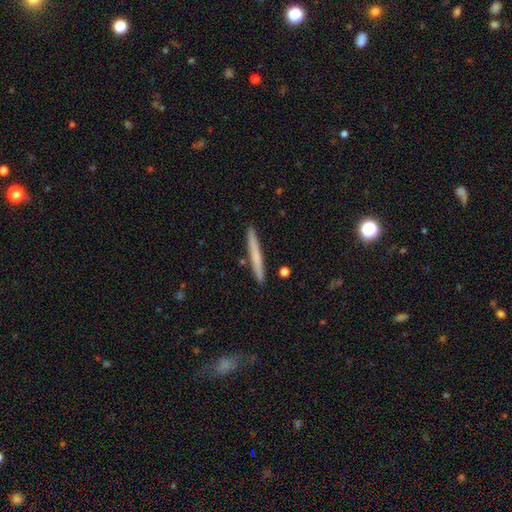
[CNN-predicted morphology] This appears to be a smooth galaxy with no disk features (62%) that is cigar-shaped (97%). Merging: none (91%).